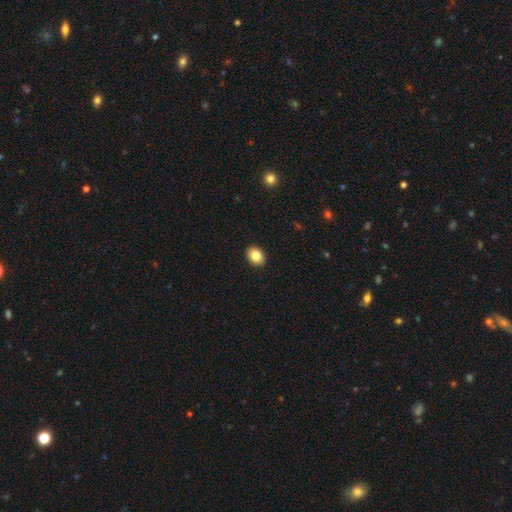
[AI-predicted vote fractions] smooth-or-featured: smooth: 84% | star or artifact: 9% | featured or disk: 8%
  how-rounded: in between: 64% | round: 35% | cigar-shaped: 1%
  merging: none: 92% | minor disturbance: 6% | major disturbance: 2% | merger: 1%